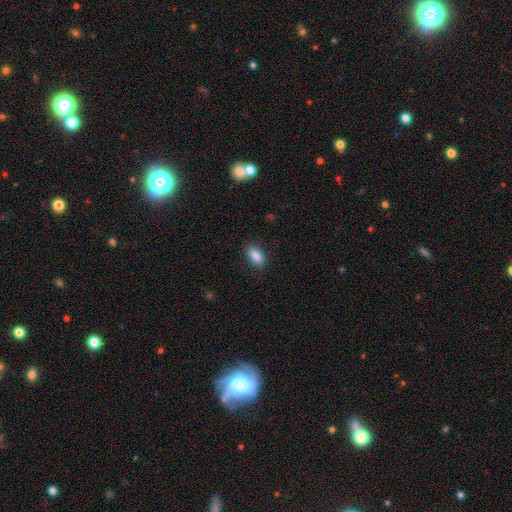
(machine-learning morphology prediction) A smooth galaxy with no disk features (88%) that is in between round and cigar-shaped (90%).

Vote fractions:
- Smooth or featured? smooth: 88% / star or artifact: 8% / featured or disk: 4%
- How rounded? in between: 90% / cigar-shaped: 5% / round: 5%
- Merging? none: 86% / minor disturbance: 10% / major disturbance: 3% / merger: 1%